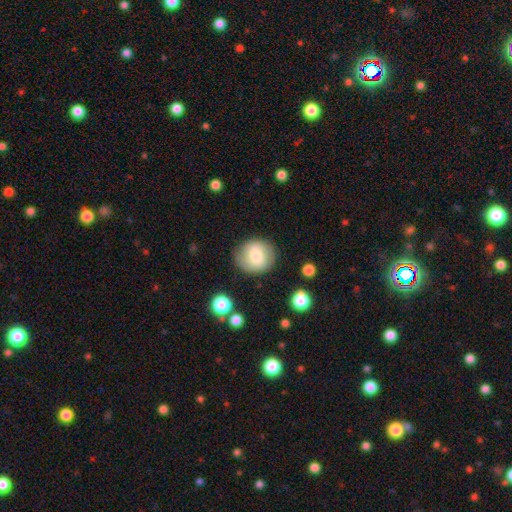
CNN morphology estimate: This is likely a smooth galaxy (75%). How rounded: clearly round (86%). Merging: clearly none (83%).